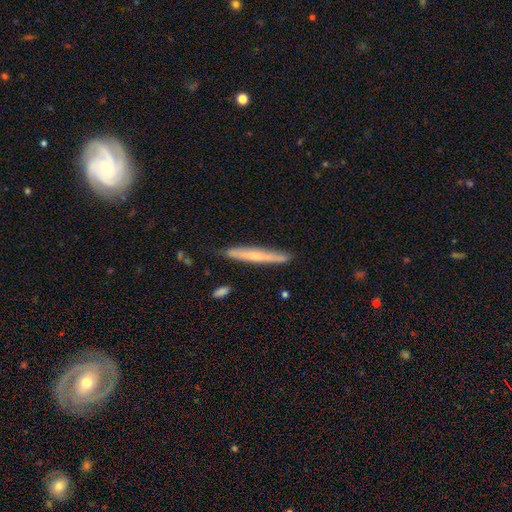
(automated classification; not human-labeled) This is possibly a smooth galaxy (49%). Merging: clearly none (83%).